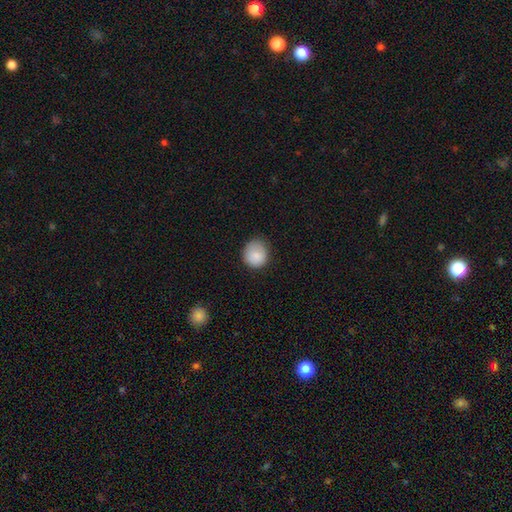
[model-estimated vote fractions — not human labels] smooth-or-featured: smooth: 86% | star or artifact: 8% | featured or disk: 6%
  how-rounded: round: 85% | in between: 14% | cigar-shaped: 1%
  merging: none: 75% | minor disturbance: 19% | major disturbance: 4% | merger: 1%